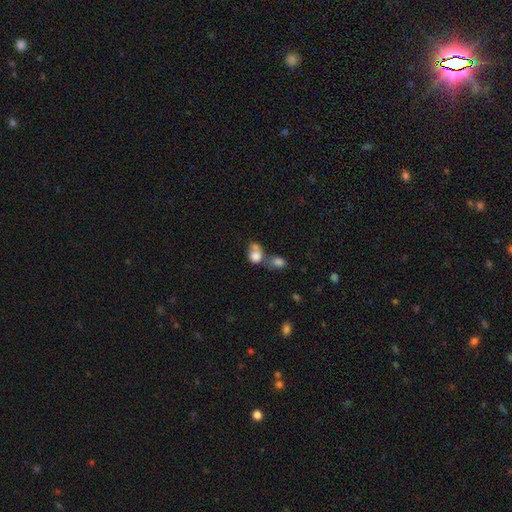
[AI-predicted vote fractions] This is likely a smooth galaxy (79%). How rounded: possibly round (59%). Merging: likely merger (61%).